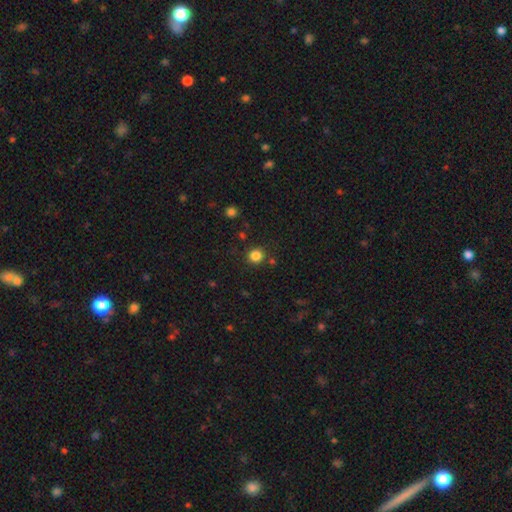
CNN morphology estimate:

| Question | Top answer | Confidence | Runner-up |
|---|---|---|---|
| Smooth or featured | smooth | 83% | star or artifact (13%) |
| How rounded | round | 92% | in between (7%) |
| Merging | none | 86% | minor disturbance (7%) |